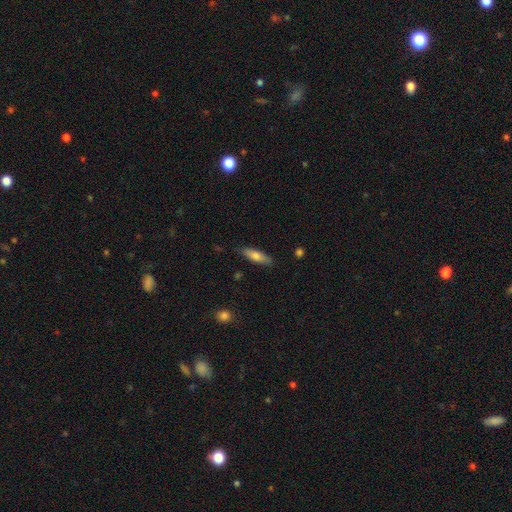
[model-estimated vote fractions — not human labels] Q: Smooth or featured?
A: smooth (71%); runner-up: featured or disk (23%)
Q: How rounded?
A: cigar-shaped (58%); runner-up: in between (40%)
Q: Merging?
A: none (85%); runner-up: minor disturbance (11%)